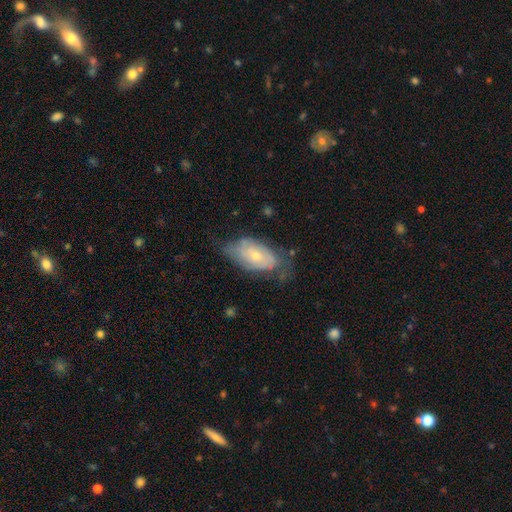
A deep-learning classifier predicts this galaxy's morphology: Smooth or featured? Predicted: featured or disk (p=0.54). Edge-on disk? Predicted: no (p=0.91). Merging? Predicted: none (p=0.52).